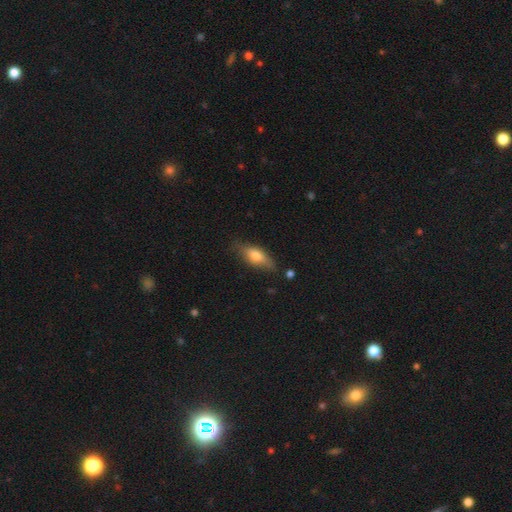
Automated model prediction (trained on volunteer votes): A smooth galaxy with no disk features (61%) that is in between round and cigar-shaped (67%). Merging: none (74%).